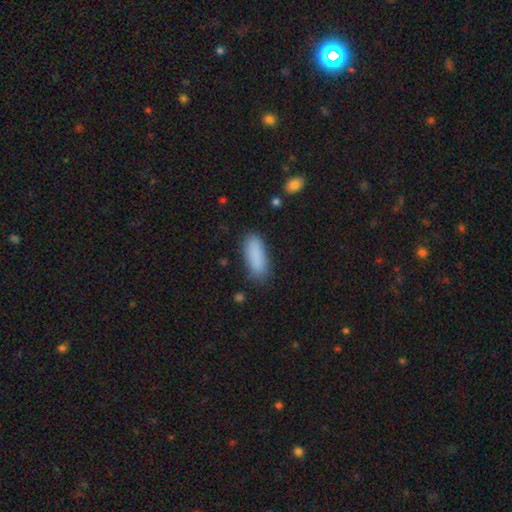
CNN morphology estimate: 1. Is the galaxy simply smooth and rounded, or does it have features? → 89% smooth, 7% star or artifact, 5% featured or disk.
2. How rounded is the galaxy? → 67% in between, 31% cigar-shaped, 2% round.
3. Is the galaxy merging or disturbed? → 81% none, 14% minor disturbance, 3% major disturbance, 2% merger.